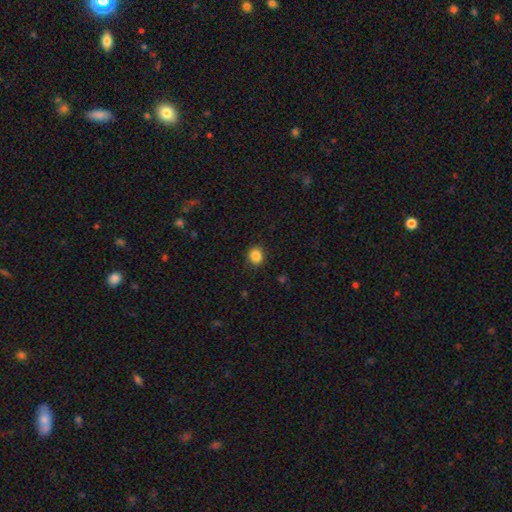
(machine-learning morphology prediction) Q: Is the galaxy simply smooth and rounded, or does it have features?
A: smooth — 86%.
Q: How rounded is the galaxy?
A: round — 81%.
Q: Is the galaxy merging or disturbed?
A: none — 88%.